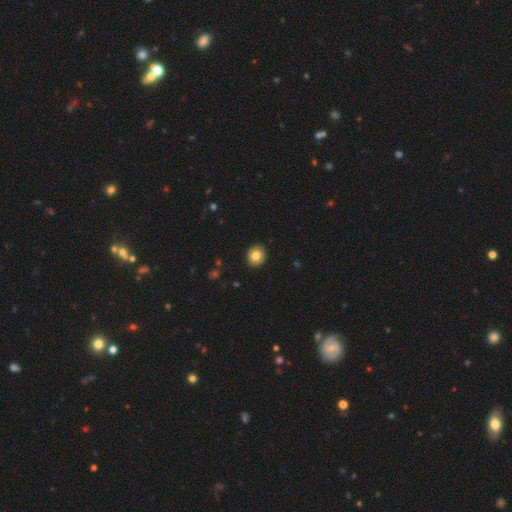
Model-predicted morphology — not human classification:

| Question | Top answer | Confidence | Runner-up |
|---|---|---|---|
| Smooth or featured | smooth | 82% | star or artifact (9%) |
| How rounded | round | 81% | in between (18%) |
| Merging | none | 92% | minor disturbance (5%) |